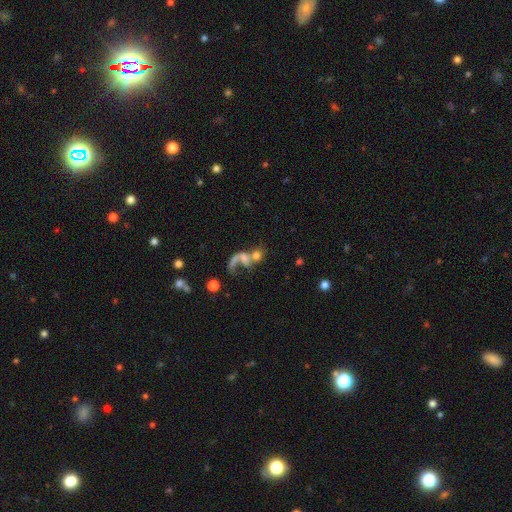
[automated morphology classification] Q: Smooth or featured?
A: smooth (44%); runner-up: featured or disk (41%)
Q: Merging?
A: merger (52%); runner-up: none (20%)